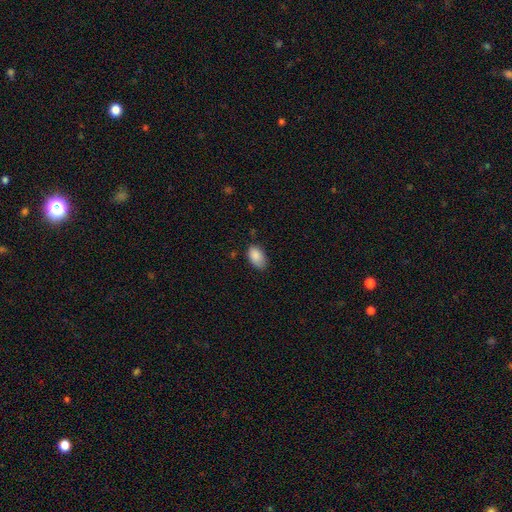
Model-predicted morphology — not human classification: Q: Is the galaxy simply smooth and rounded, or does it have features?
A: smooth — 88%.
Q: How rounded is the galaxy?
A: in between — 93%.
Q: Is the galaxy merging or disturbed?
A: none — 70%.